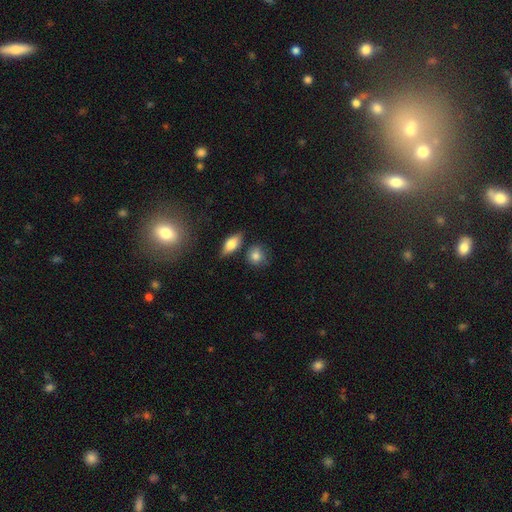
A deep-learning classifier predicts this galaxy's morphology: A smooth galaxy with no disk features (82%) that is round (71%). Merging: none (67%).